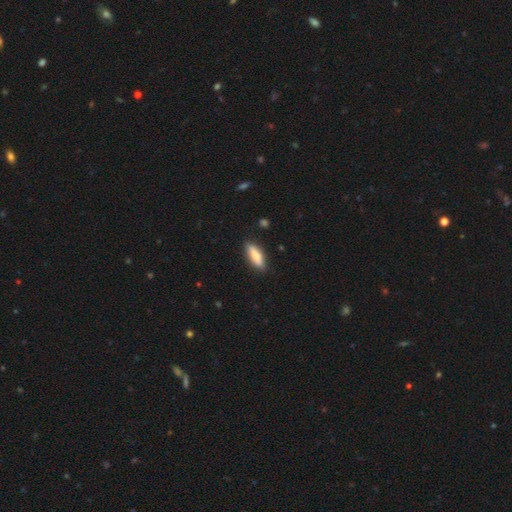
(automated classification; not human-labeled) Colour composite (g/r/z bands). It shows a smooth galaxy with no disk features (82%) that is in between round and cigar-shaped (50%). Merging: none (84%).